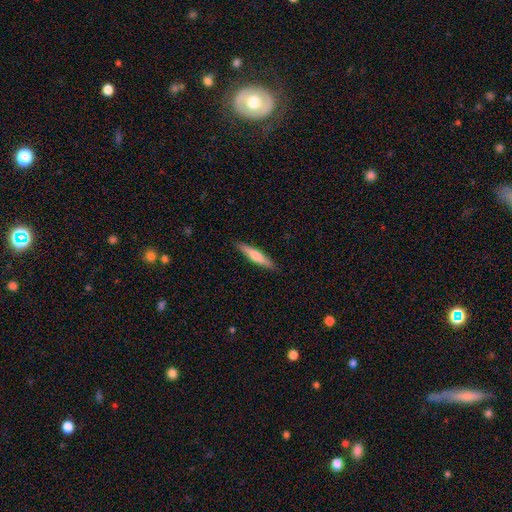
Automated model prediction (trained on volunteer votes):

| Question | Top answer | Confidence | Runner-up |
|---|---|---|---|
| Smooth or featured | smooth | 56% | featured or disk (38%) |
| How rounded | cigar-shaped | 87% | in between (12%) |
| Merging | none | 90% | minor disturbance (8%) |